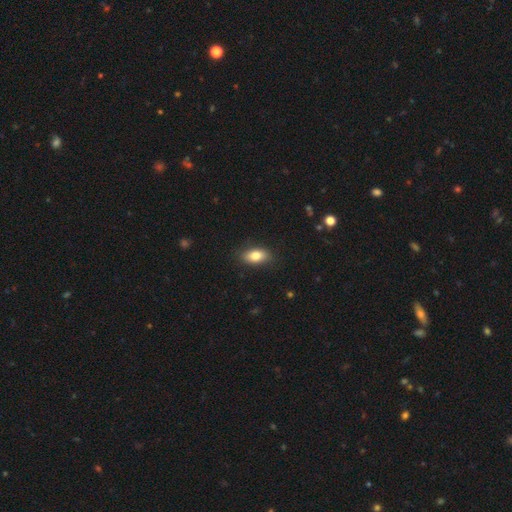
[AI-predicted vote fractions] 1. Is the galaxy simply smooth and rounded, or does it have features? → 82% smooth, 11% featured or disk, 7% star or artifact.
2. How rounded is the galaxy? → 88% in between, 6% cigar-shaped, 6% round.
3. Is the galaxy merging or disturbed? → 86% none, 11% minor disturbance, 2% major disturbance, 1% merger.